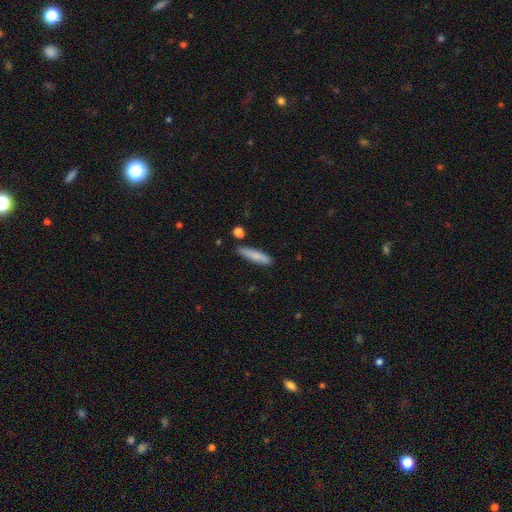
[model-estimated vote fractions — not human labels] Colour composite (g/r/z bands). It shows a smooth galaxy with no disk features (79%) that is cigar-shaped (79%). Merging: none (78%).